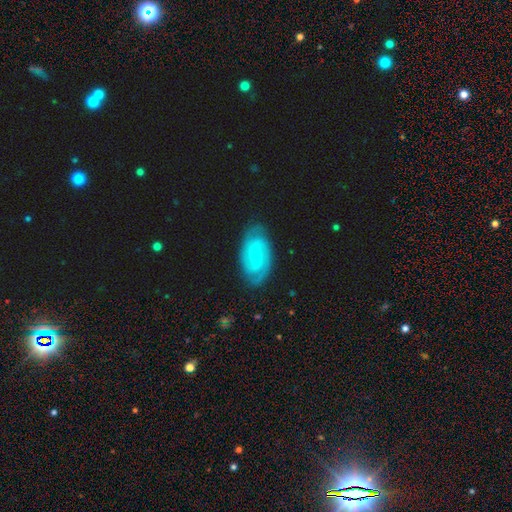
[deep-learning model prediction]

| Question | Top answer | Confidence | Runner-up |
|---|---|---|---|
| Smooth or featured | featured or disk | 84% | smooth (11%) |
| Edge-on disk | no | 95% | yes (5%) |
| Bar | weak | 47% | strong (32%) |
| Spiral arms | yes | 95% | no (5%) |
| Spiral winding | medium | 45% | tight (42%) |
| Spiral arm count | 2 | 77% | can't tell (9%) |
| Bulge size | small | 53% | moderate (43%) |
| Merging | none | 82% | minor disturbance (14%) |